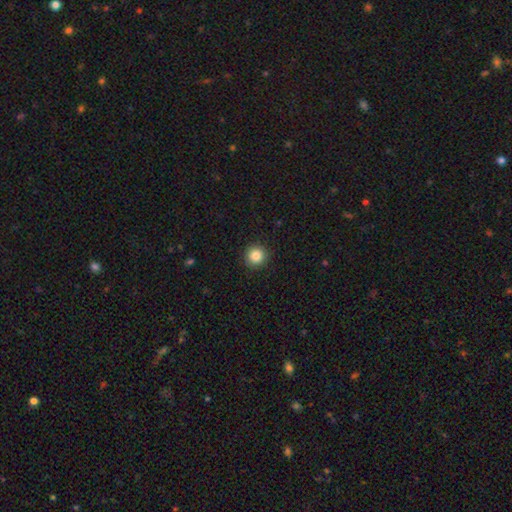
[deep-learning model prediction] Smooth or featured?
  - smooth: 85% *
  - star or artifact: 10%
  - featured or disk: 5%
How rounded?
  - round: 95% *
  - in between: 4%
  - cigar-shaped: 1%
Merging?
  - none: 92% *
  - minor disturbance: 5%
  - major disturbance: 2%
  - merger: 1%